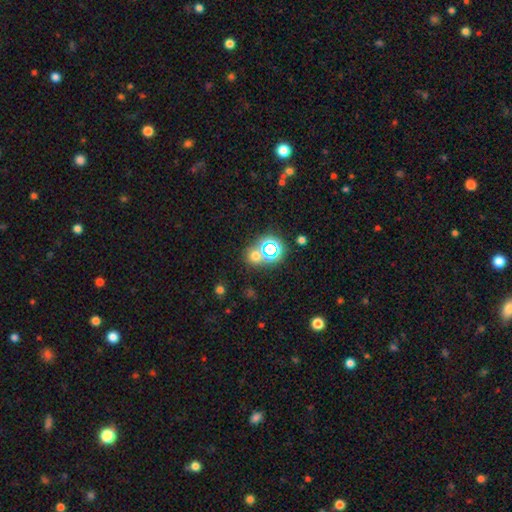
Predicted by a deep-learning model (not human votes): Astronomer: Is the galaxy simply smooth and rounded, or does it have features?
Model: smooth — 47% (runner-up: star or artifact, 45%).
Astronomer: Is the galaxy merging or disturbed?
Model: none — 68%.